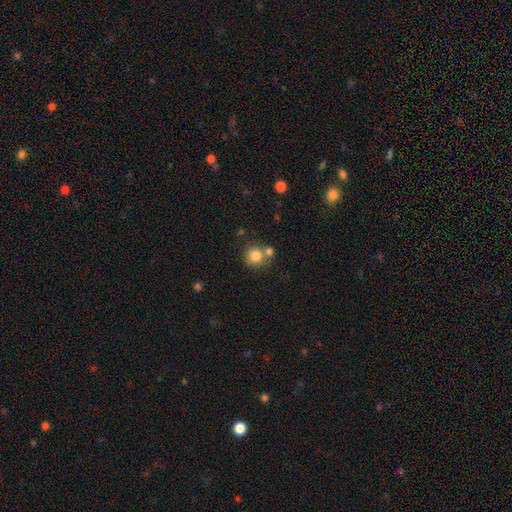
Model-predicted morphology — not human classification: This is clearly a smooth galaxy (81%). How rounded: clearly round (91%). Merging: possibly none (59%).